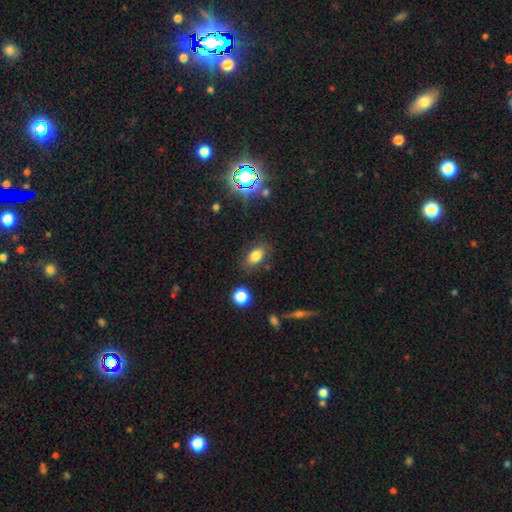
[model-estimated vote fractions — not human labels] Smooth or featured: smooth — 76% (star or artifact — 13%)
How rounded: in between — 86% (round — 12%)
Merging: none — 80% (minor disturbance — 13%)